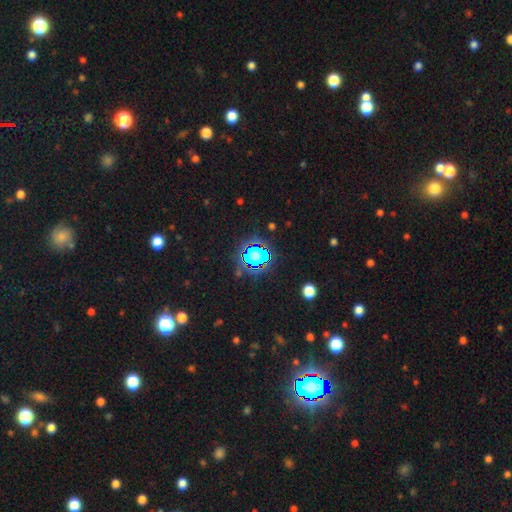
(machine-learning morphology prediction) Smooth or featured? Predicted: star or artifact (p=0.59).